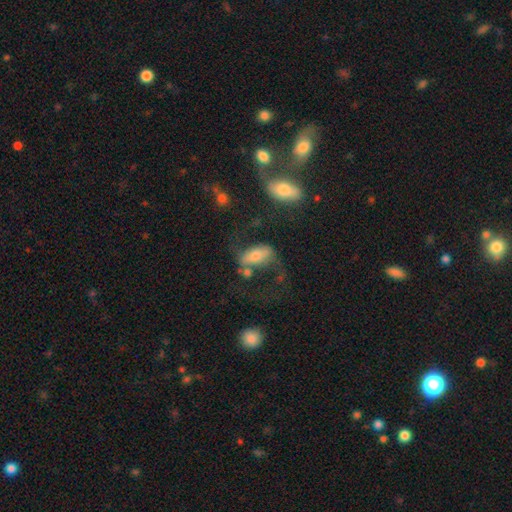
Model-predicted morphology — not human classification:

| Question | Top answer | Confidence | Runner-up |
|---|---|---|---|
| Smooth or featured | featured or disk | 49% | smooth (41%) |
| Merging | none | 39% | major disturbance (28%) |